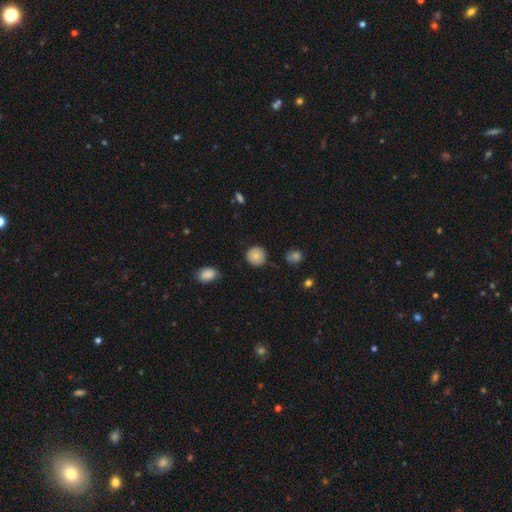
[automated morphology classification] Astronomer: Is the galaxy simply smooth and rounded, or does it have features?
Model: smooth — 82%.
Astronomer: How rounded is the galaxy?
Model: round — 92%.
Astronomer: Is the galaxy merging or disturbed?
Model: none — 85%.